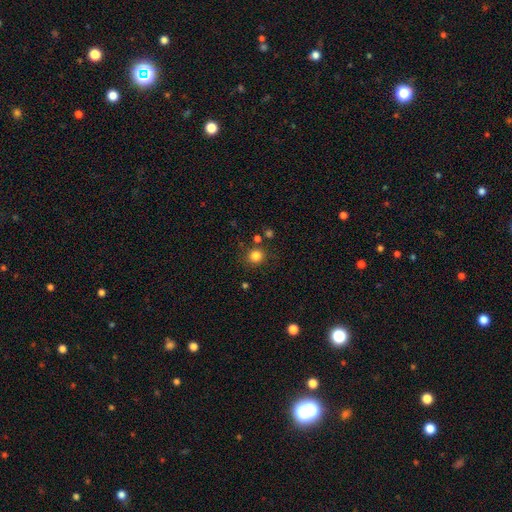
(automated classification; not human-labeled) Smooth or featured?
  - smooth: 83% *
  - star or artifact: 12%
  - featured or disk: 5%
How rounded?
  - round: 89% *
  - in between: 10%
  - cigar-shaped: 1%
Merging?
  - none: 81% *
  - minor disturbance: 10%
  - merger: 6%
  - major disturbance: 4%